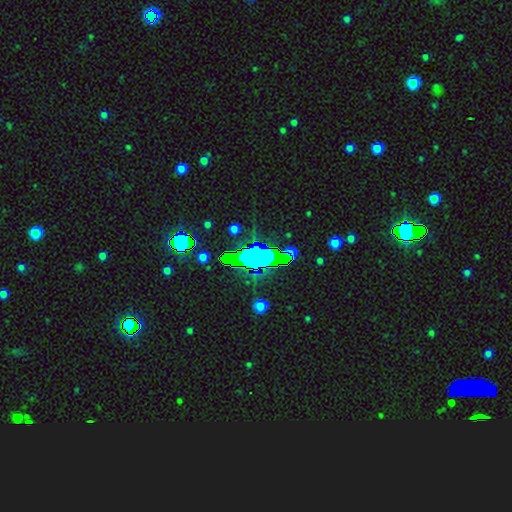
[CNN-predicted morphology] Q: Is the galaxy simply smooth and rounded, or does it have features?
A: star or artifact — 68%.